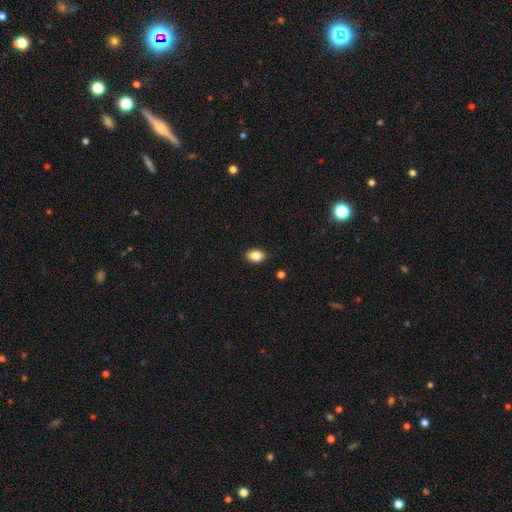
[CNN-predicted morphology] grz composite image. It shows a smooth galaxy with no disk features (87%) that is in between round and cigar-shaped (85%). Merging: none (87%).